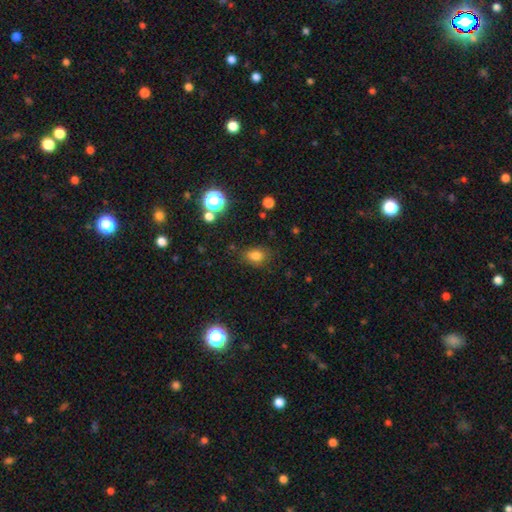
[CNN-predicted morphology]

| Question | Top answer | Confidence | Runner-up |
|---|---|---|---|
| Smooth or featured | smooth | 79% | star or artifact (14%) |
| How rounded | in between | 65% | round (34%) |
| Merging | none | 76% | minor disturbance (16%) |